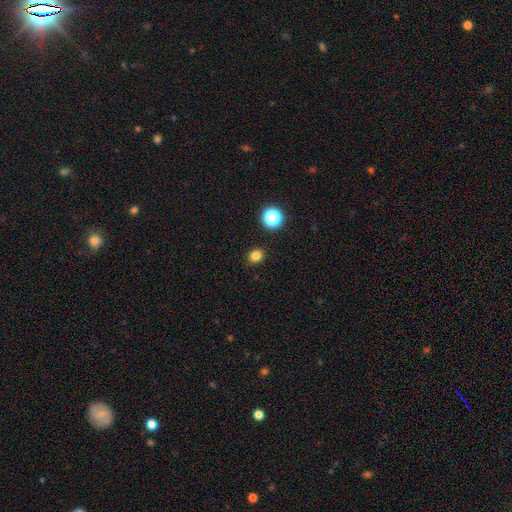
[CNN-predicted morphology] type=smooth (81%); roundness=round (76%); merging=none (90%).